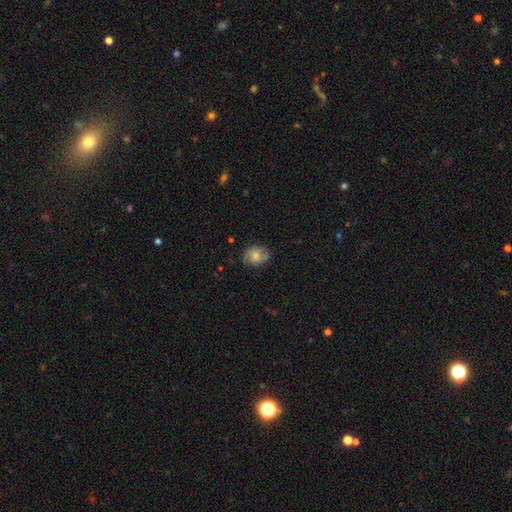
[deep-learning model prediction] Q: Smooth or featured?
A: featured or disk (46%); runner-up: smooth (45%)
Q: Merging?
A: none (64%); runner-up: minor disturbance (25%)